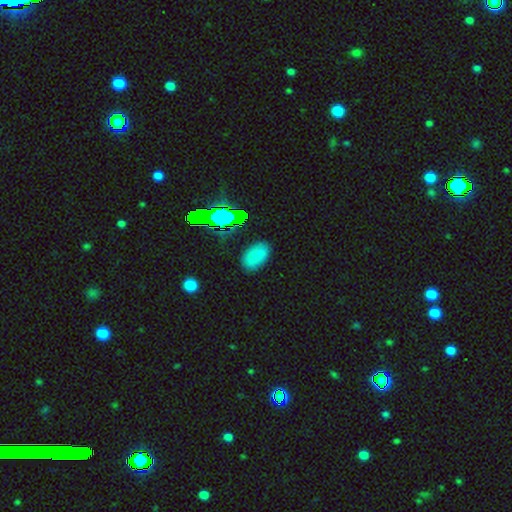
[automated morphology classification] A smooth galaxy with no disk features (77%) that is in between round and cigar-shaped (93%). Merging: none (84%).